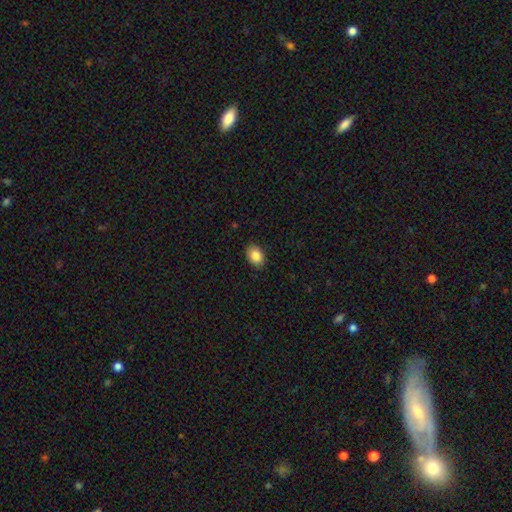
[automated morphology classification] Smooth or featured: smooth — 86% (star or artifact — 8%)
How rounded: in between — 81% (round — 18%)
Merging: none — 89% (minor disturbance — 8%)